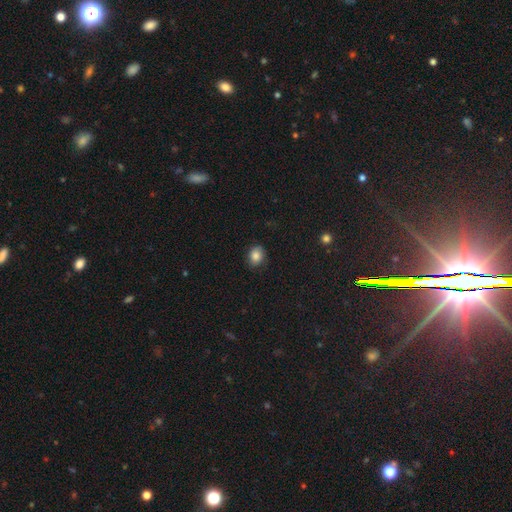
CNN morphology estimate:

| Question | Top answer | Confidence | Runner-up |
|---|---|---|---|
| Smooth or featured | smooth | 85% | star or artifact (10%) |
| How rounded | round | 58% | in between (42%) |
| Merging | none | 82% | minor disturbance (14%) |